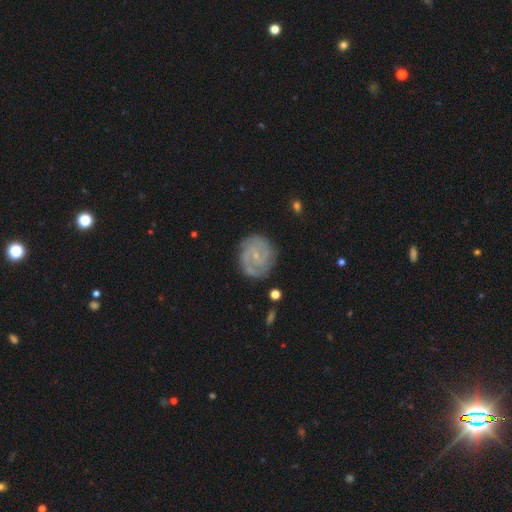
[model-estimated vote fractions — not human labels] Q: Smooth or featured?
A: featured or disk (85%); runner-up: smooth (10%)
Q: Edge-on disk?
A: no (98%); runner-up: yes (2%)
Q: Bar?
A: no (55%); runner-up: weak (38%)
Q: Spiral arms?
A: yes (96%); runner-up: no (4%)
Q: Spiral winding?
A: tight (60%); runner-up: medium (33%)
Q: Spiral arm count?
A: 2 (53%); runner-up: 3 (18%)
Q: Bulge size?
A: small (81%); runner-up: moderate (11%)
Q: Merging?
A: none (81%); runner-up: minor disturbance (14%)